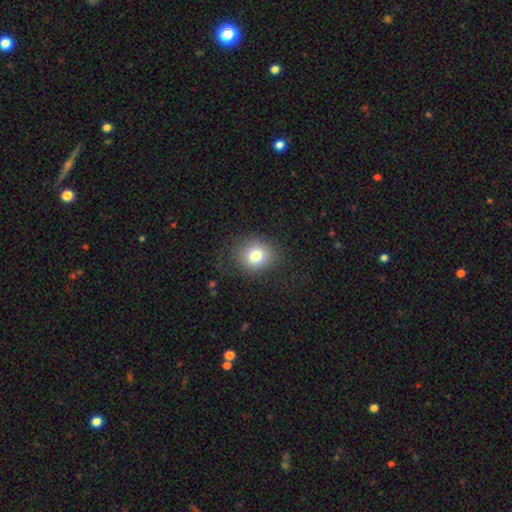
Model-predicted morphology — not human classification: This is likely a smooth galaxy (77%). How rounded: likely round (77%). Merging: clearly none (83%).